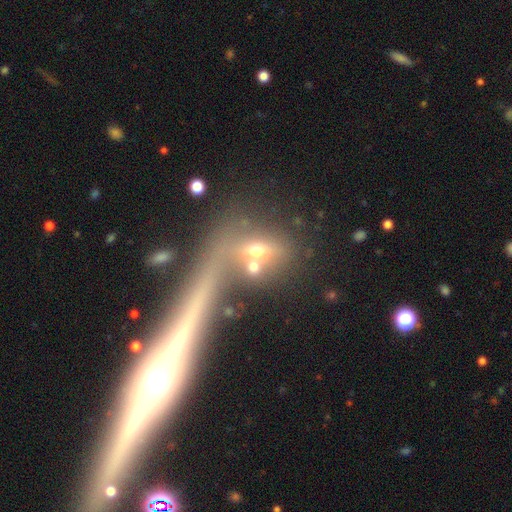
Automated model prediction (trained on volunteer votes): The model was most divided on "merging": merger: 42%, none: 36%, major disturbance: 12%, minor disturbance: 10%. Remaining: smooth or featured — smooth (48%).